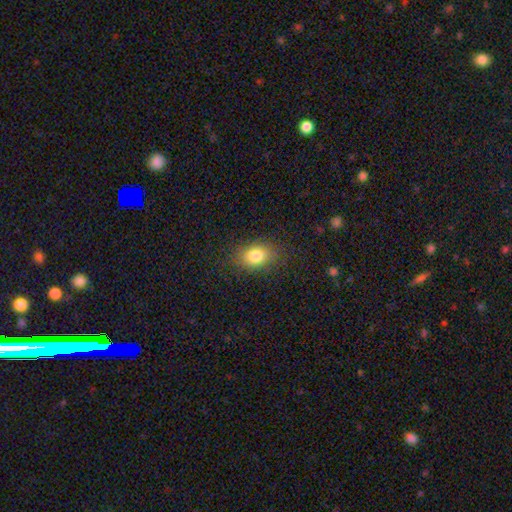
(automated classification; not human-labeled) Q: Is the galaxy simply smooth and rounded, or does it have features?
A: smooth — 81%.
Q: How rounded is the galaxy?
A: in between — 71%.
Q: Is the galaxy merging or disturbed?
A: none — 83%.